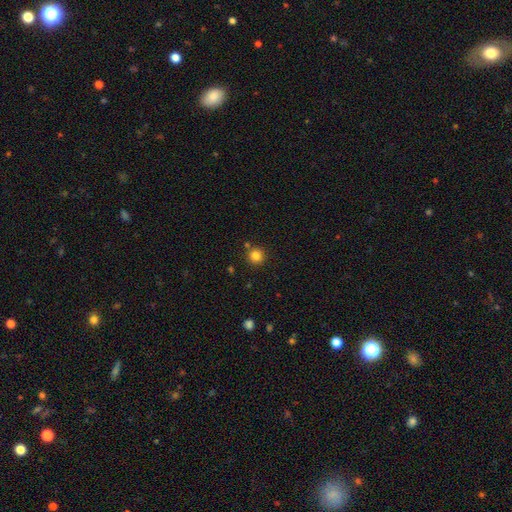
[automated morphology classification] smooth_or_featured: smooth (p=0.83) [alt: star or artifact p=0.13]
how_rounded: round (p=0.94) [alt: in between p=0.05]
merging: none (p=0.85) [alt: minor disturbance p=0.07]